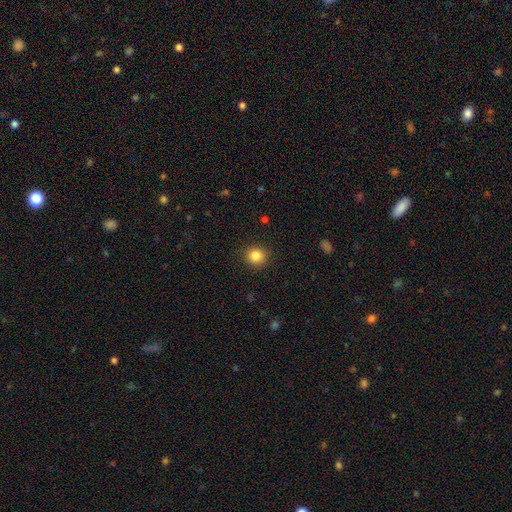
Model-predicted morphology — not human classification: smooth-or-featured: smooth: 85% | star or artifact: 11% | featured or disk: 5%
  how-rounded: round: 91% | in between: 8% | cigar-shaped: 1%
  merging: none: 91% | minor disturbance: 6% | major disturbance: 2% | merger: 1%